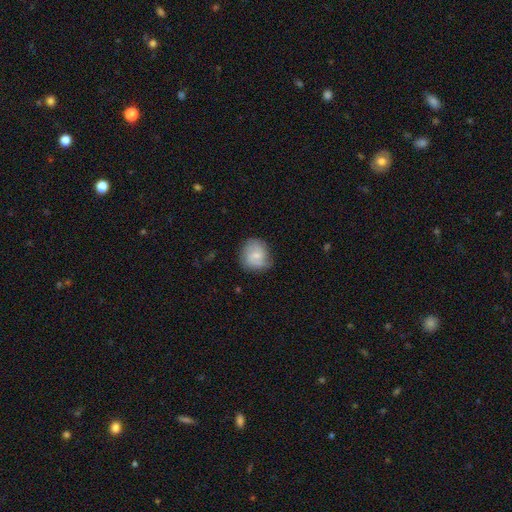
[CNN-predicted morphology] Smooth or featured?
  - smooth: 56% *
  - featured or disk: 37%
  - star or artifact: 7%
How rounded?
  - round: 79% *
  - in between: 20%
  - cigar-shaped: 1%
Merging?
  - none: 67% *
  - minor disturbance: 24%
  - major disturbance: 7%
  - merger: 2%